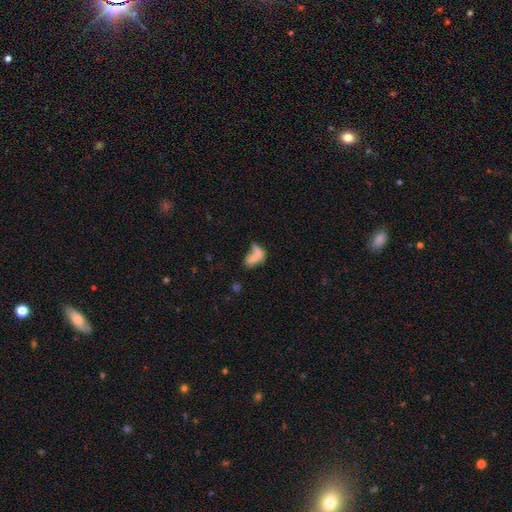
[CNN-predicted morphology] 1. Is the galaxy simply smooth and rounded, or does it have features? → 64% smooth, 23% featured or disk, 13% star or artifact.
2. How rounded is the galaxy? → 81% in between, 11% cigar-shaped, 8% round.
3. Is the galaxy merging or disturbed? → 31% merger, 29% major disturbance, 24% none, 16% minor disturbance.